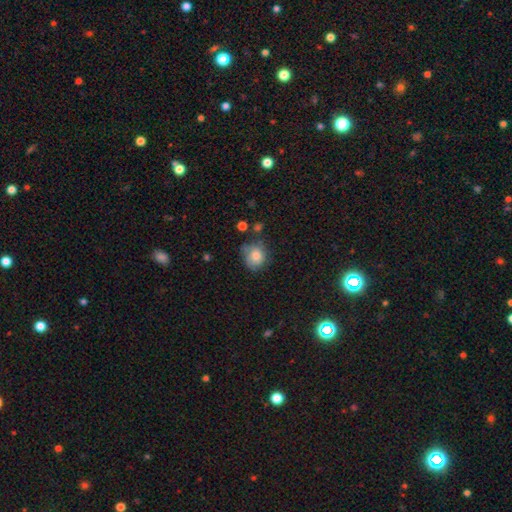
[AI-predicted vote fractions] smooth_or_featured: smooth (p=0.73) [alt: featured or disk p=0.18]
how_rounded: round (p=0.73) [alt: in between p=0.26]
merging: none (p=0.54) [alt: minor disturbance p=0.30]